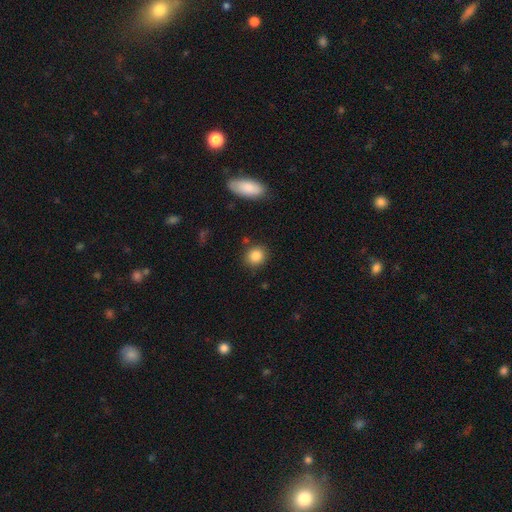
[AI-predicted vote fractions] This is clearly a smooth galaxy (85%). How rounded: likely round (78%). Merging: clearly none (85%).